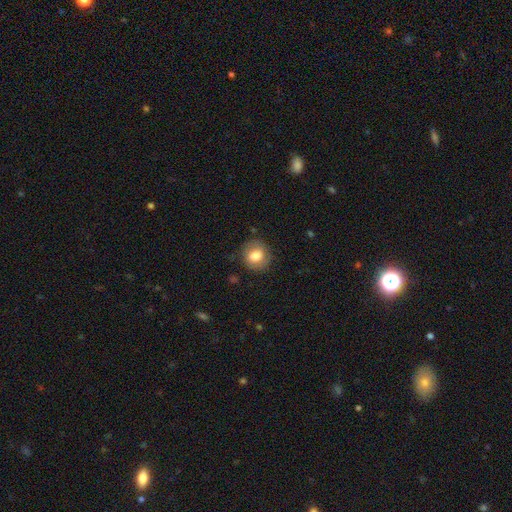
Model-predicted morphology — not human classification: This is likely a smooth galaxy (75%). How rounded: likely round (74%). Merging: likely none (78%).